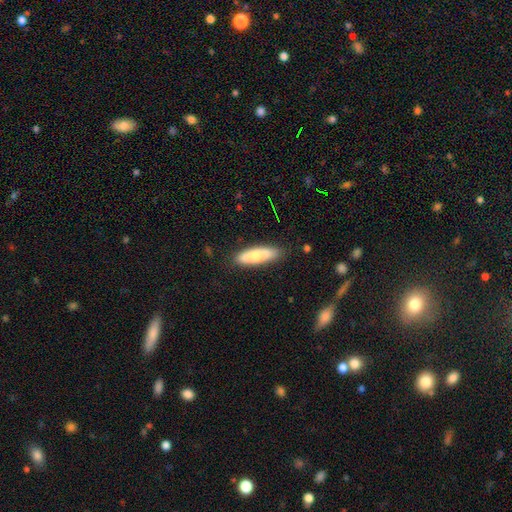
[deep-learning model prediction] Smooth or featured?
  - smooth: 72% *
  - featured or disk: 22%
  - star or artifact: 6%
How rounded?
  - cigar-shaped: 61% *
  - in between: 37%
  - round: 2%
Merging?
  - none: 82% *
  - minor disturbance: 13%
  - major disturbance: 3%
  - merger: 2%